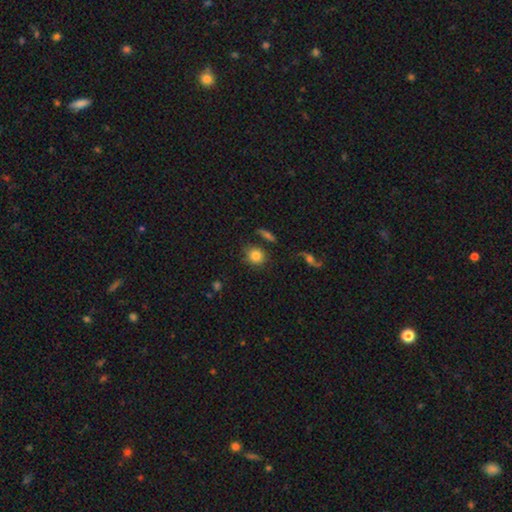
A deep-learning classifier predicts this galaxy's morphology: This is clearly a smooth galaxy (80%). How rounded: clearly round (86%). Merging: likely none (77%).